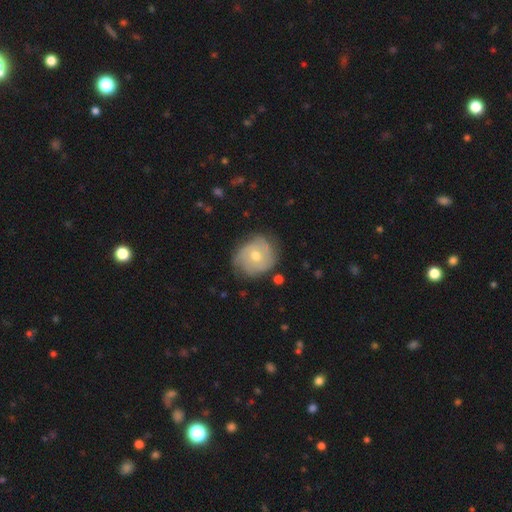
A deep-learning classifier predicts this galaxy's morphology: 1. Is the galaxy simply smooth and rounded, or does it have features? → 67% featured or disk, 26% smooth, 7% star or artifact.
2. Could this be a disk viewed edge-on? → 97% no, 3% yes.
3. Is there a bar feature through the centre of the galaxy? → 77% no, 19% weak, 4% strong.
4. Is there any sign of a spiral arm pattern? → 84% yes, 16% no.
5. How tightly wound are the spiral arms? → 61% tight, 29% medium, 10% loose.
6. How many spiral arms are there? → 32% can't tell, 28% 3, 24% 2, 8% 4, 5% 1, 4% more than 4.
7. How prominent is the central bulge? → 70% moderate, 26% small, 2% large, 1% none, 1% dominant.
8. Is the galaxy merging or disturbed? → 72% none, 21% minor disturbance, 5% major disturbance, 1% merger.